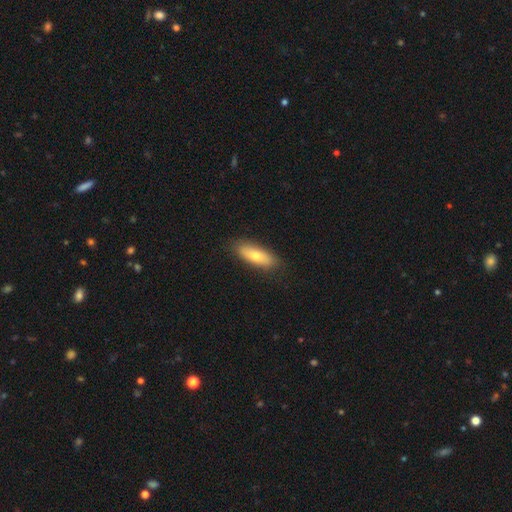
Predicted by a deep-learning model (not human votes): Smooth or featured? Predicted: smooth (p=0.75). How rounded? Predicted: in between (p=0.65). Merging? Predicted: none (p=0.86).